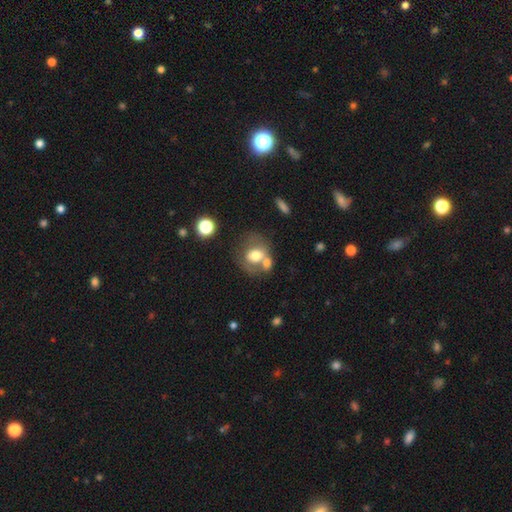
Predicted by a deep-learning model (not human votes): smooth_or_featured: smooth (p=0.62) [alt: featured or disk p=0.28]
how_rounded: round (p=0.58) [alt: in between p=0.41]
merging: none (p=0.39) [alt: merger p=0.37]